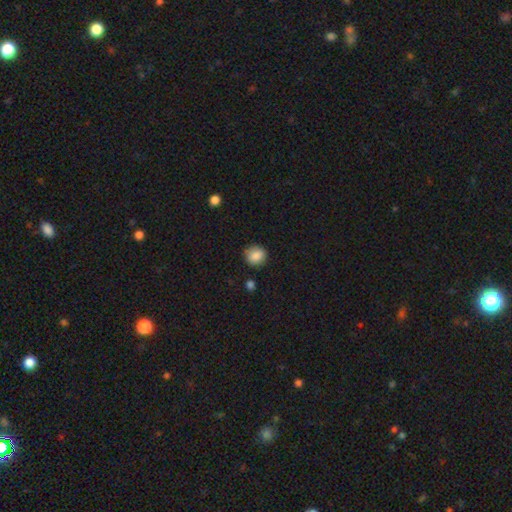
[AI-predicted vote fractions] The model was most divided on "how rounded": round: 80%, in between: 19%, cigar-shaped: 1%. More confident: smooth or featured — smooth (86%); merging — none (81%).